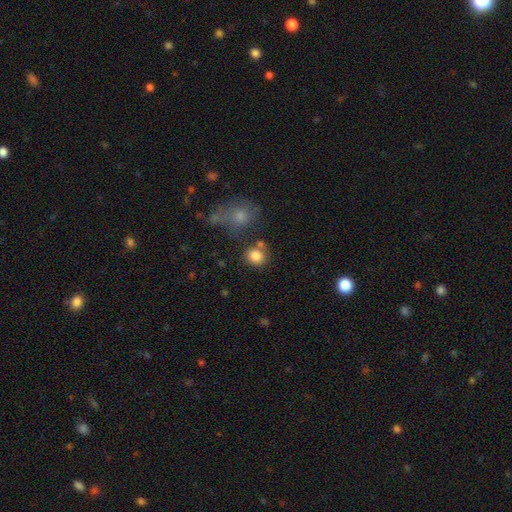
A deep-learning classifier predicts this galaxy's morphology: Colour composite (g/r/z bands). It shows a smooth galaxy with no disk features (84%) that is round (82%). Merging: none (68%).